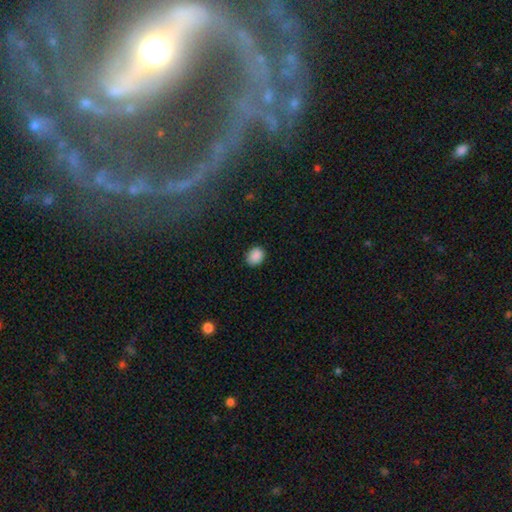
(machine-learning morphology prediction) The model was most divided on "how rounded": round: 57%, in between: 43%, cigar-shaped: 1%. More confident: smooth or featured — smooth (89%); merging — none (88%).